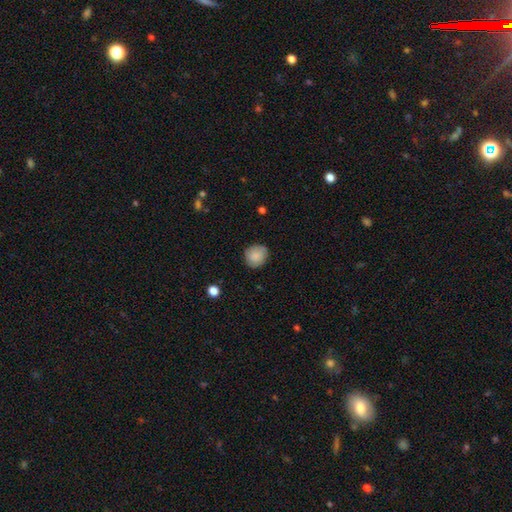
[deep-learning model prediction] Overall: smooth (85%). How rounded: round (84%). Merging: none (83%).